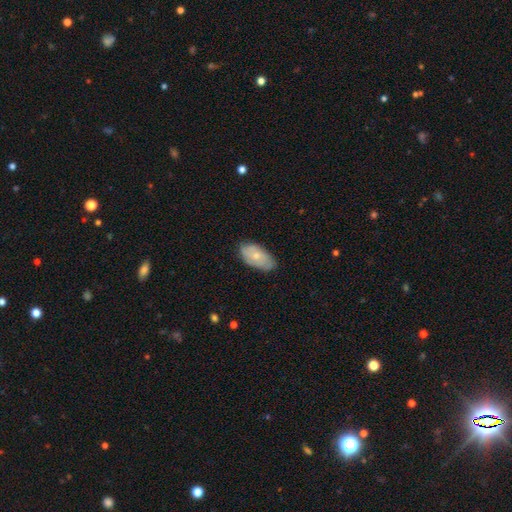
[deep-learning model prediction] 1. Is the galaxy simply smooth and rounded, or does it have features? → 62% smooth, 32% featured or disk, 6% star or artifact.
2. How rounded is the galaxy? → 93% in between, 4% round, 3% cigar-shaped.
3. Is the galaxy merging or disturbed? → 76% none, 20% minor disturbance, 3% major disturbance, 1% merger.